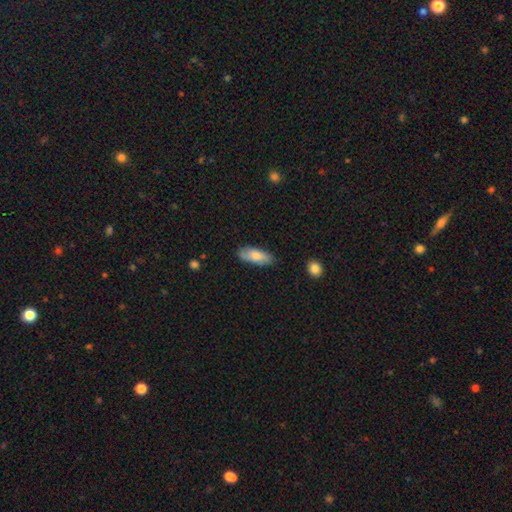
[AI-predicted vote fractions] This appears to be a smooth galaxy with no disk features (77%) that is in between round and cigar-shaped (78%). Merging: none (80%).